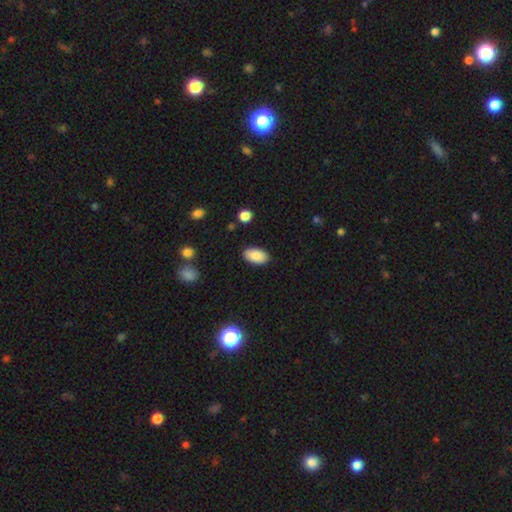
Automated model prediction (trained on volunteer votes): Overall: smooth (88%). How rounded: in between (95%). Merging: none (88%).